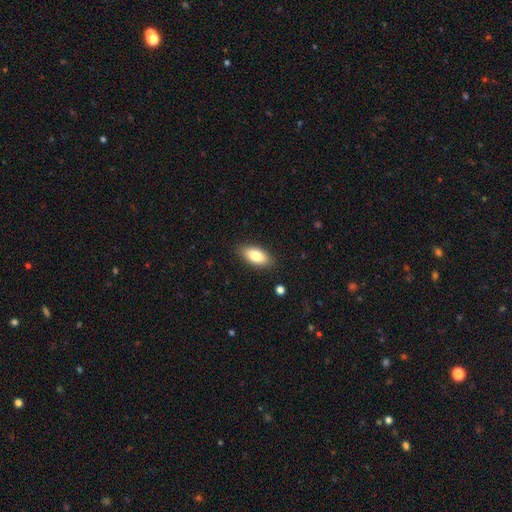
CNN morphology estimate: type=smooth (83%); roundness=in between (88%); merging=none (87%).